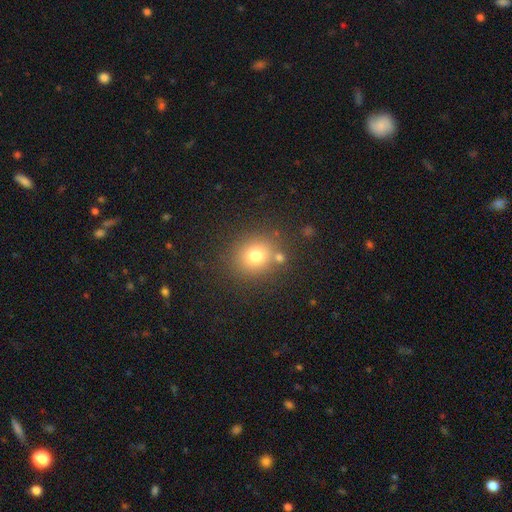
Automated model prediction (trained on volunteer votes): Morphology: type=smooth (76%); roundness=round (81%); merging=none (77%).